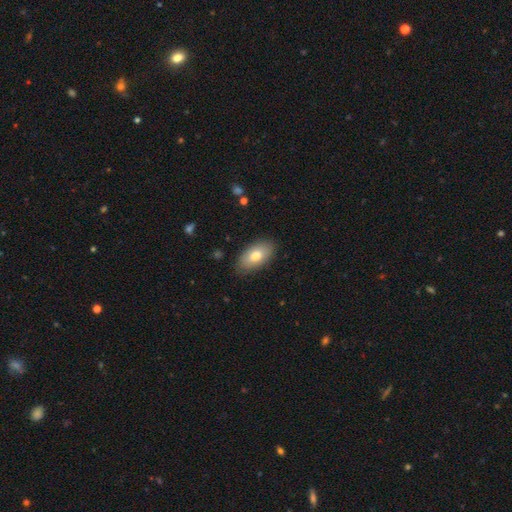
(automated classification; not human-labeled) Smooth or featured: smooth — 77% (featured or disk — 17%)
How rounded: in between — 93% (round — 4%)
Merging: none — 85% (minor disturbance — 11%)